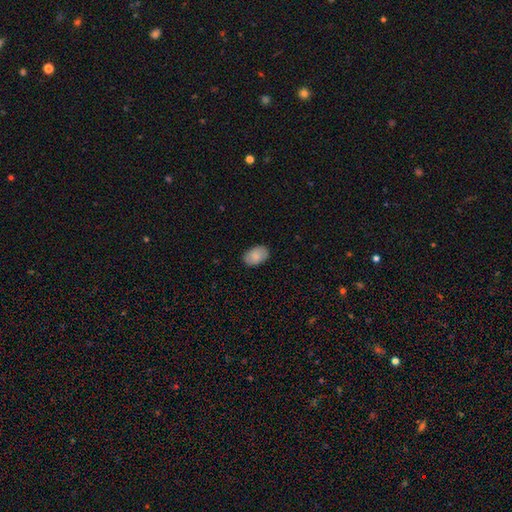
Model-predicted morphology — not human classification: smooth 84%, featured or disk 10%, star or artifact 7%. Down the decision tree: how rounded — in between (89%); merging — none (86%).